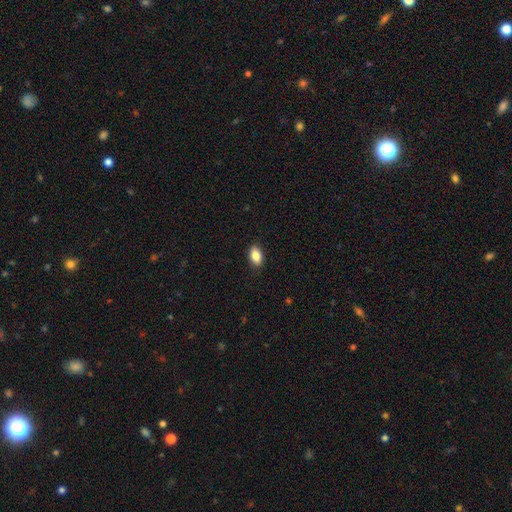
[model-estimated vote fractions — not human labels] This is clearly a smooth galaxy (85%). How rounded: clearly in between (89%). Merging: clearly none (87%).